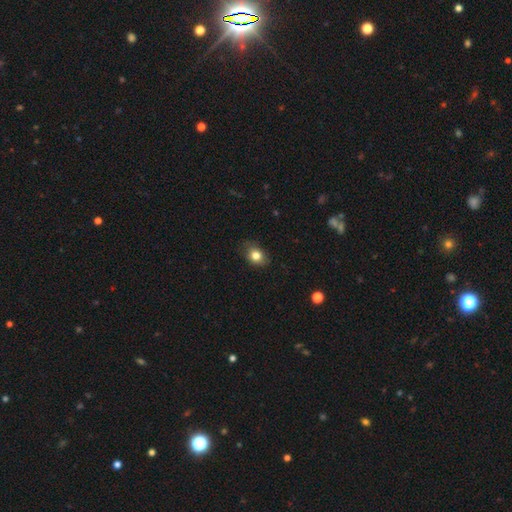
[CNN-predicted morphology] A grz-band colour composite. It shows a smooth galaxy with no disk features (81%) that is in between round and cigar-shaped (57%). Merging: none (78%).